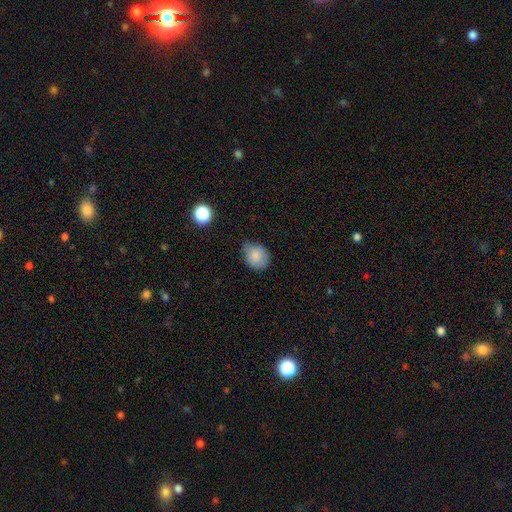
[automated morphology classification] A smooth galaxy with no disk features (84%) that is round (56%).

Vote fractions:
- Smooth or featured? smooth: 84% / star or artifact: 9% / featured or disk: 7%
- How rounded? round: 56% / in between: 43% / cigar-shaped: 1%
- Merging? none: 58% / minor disturbance: 34% / major disturbance: 6% / merger: 2%